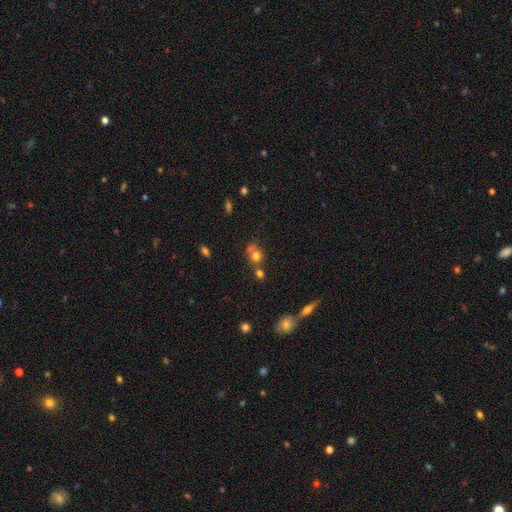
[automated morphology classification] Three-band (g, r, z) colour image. It shows a smooth galaxy with no disk features (69%) that is round (78%). Merging: merger (44%).